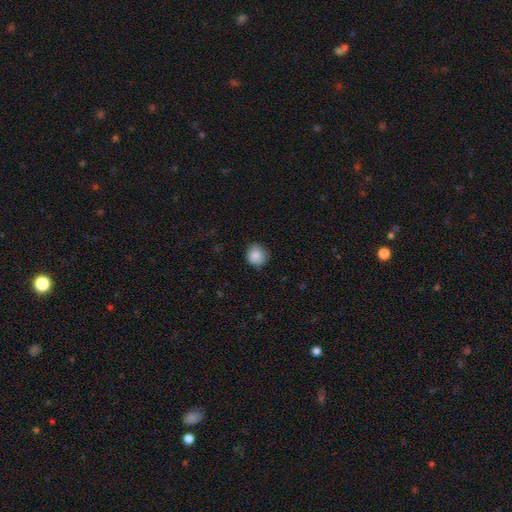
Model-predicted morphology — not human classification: Smooth or featured: smooth — 87% (star or artifact — 8%)
How rounded: round — 87% (in between — 12%)
Merging: none — 78% (minor disturbance — 18%)